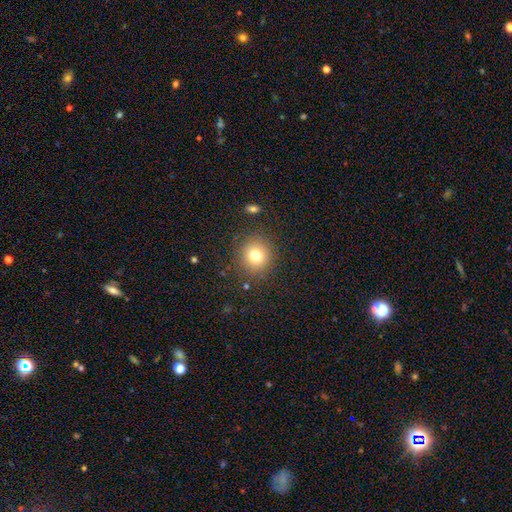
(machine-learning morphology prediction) Smooth or featured?
  - smooth: 76% *
  - star or artifact: 14%
  - featured or disk: 10%
How rounded?
  - round: 90% *
  - in between: 9%
  - cigar-shaped: 1%
Merging?
  - none: 87% *
  - minor disturbance: 8%
  - major disturbance: 3%
  - merger: 2%